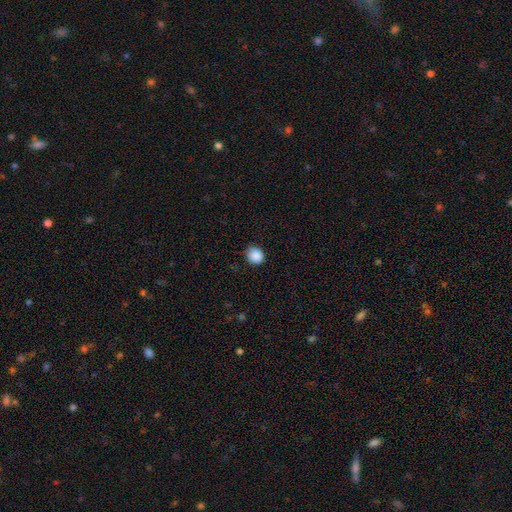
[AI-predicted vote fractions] Smooth or featured: smooth — 88% (star or artifact — 9%)
How rounded: round — 80% (in between — 19%)
Merging: none — 83% (minor disturbance — 13%)